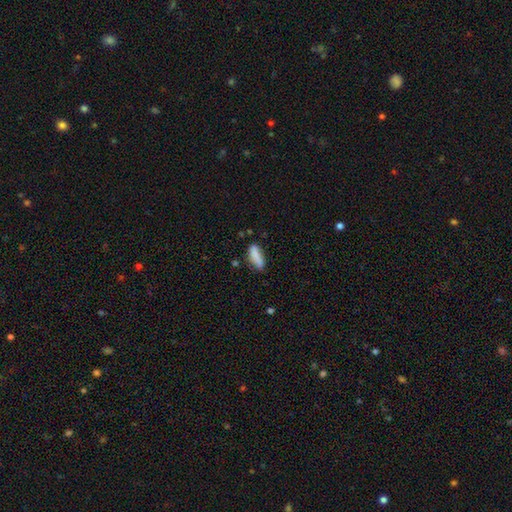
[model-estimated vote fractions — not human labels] The model was most divided on "how rounded": in between: 55%, cigar-shaped: 43%, round: 2%. More confident: smooth or featured — smooth (82%); merging — none (63%).